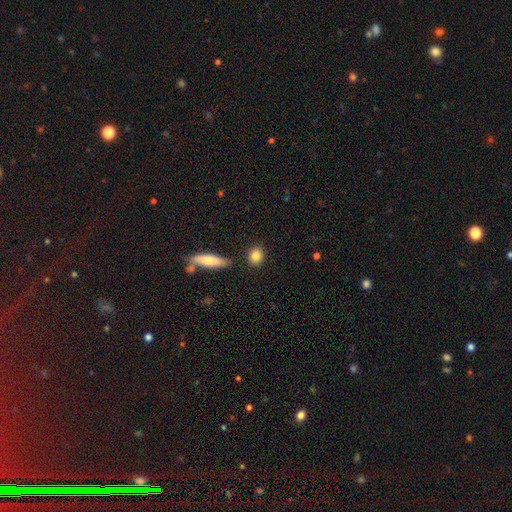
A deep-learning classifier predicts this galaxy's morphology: Smooth or featured: smooth — 83% (star or artifact — 8%)
How rounded: round — 67% (in between — 28%)
Merging: none — 86% (minor disturbance — 8%)